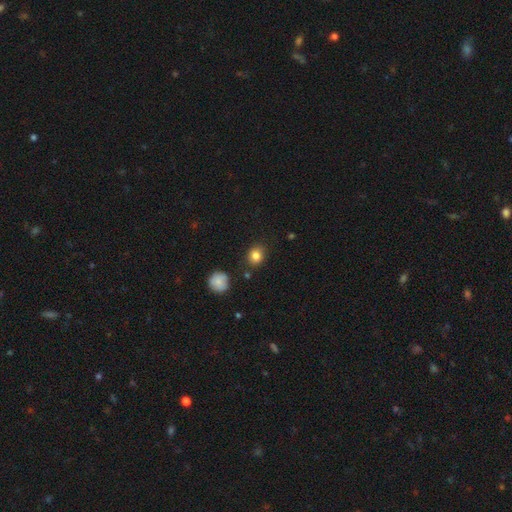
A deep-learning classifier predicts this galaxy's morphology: Smooth or featured: smooth — 82% (star or artifact — 11%)
How rounded: round — 72% (in between — 27%)
Merging: none — 85% (minor disturbance — 10%)